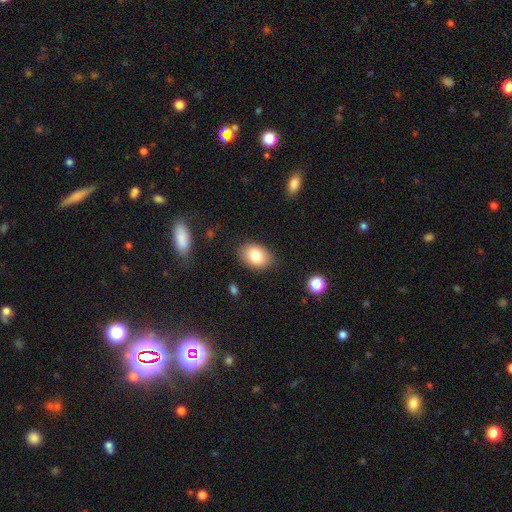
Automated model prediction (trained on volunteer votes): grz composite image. It shows a smooth galaxy with no disk features (82%) that is in between round and cigar-shaped (83%). Merging: none (82%).